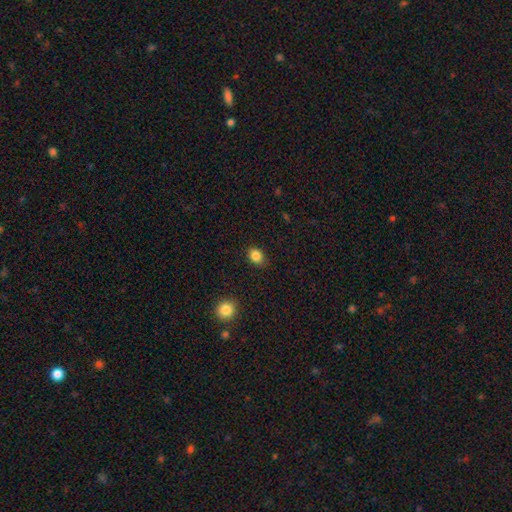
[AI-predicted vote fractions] Smooth or featured? smooth (85%)
How rounded? in between (55%)
Merging? none (85%)